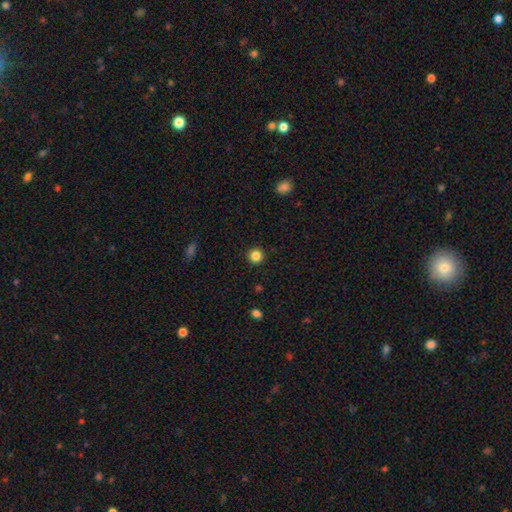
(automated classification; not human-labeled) smooth 85%, star or artifact 11%, featured or disk 4%. Down the decision tree: how rounded — round (95%); merging — none (92%).